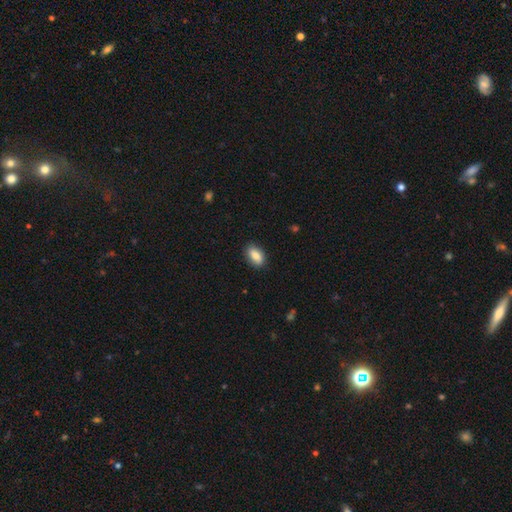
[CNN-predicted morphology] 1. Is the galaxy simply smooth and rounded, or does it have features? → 84% smooth, 9% featured or disk, 7% star or artifact.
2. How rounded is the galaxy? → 90% in between, 7% round, 3% cigar-shaped.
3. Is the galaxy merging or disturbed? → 86% none, 11% minor disturbance, 2% major disturbance, 1% merger.